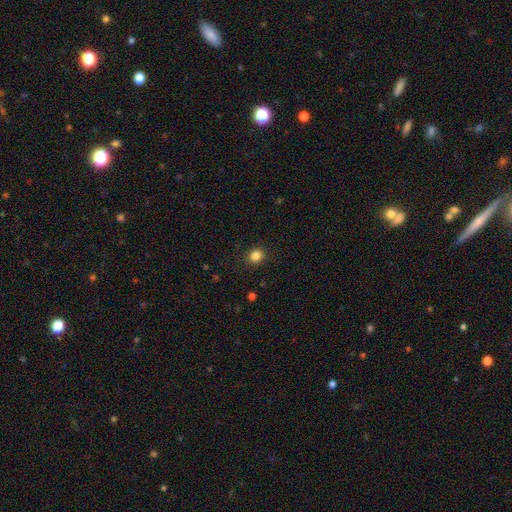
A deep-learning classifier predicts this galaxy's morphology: smooth-or-featured: smooth: 84% | star or artifact: 12% | featured or disk: 4%
  how-rounded: round: 82% | in between: 17% | cigar-shaped: 1%
  merging: none: 91% | minor disturbance: 6% | major disturbance: 2% | merger: 1%